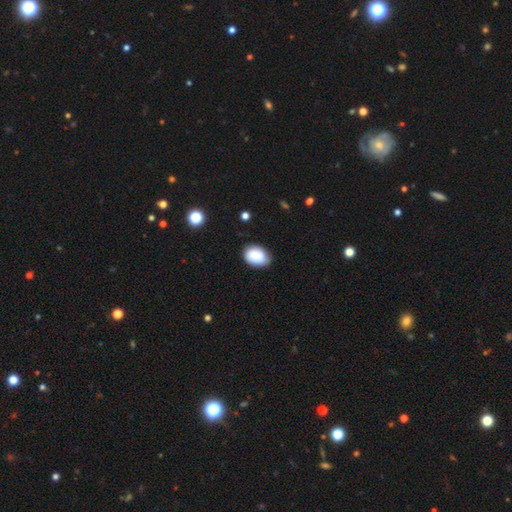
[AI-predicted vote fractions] This appears to be a smooth galaxy with no disk features (84%) that is in between round and cigar-shaped (73%). Merging: none (73%).